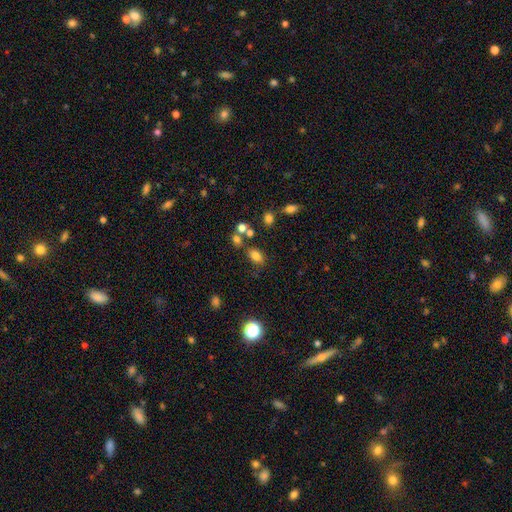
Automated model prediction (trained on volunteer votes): Smooth or featured? Predicted: smooth (p=0.78). How rounded? Predicted: in between (p=0.76). Merging? Predicted: none (p=0.69).